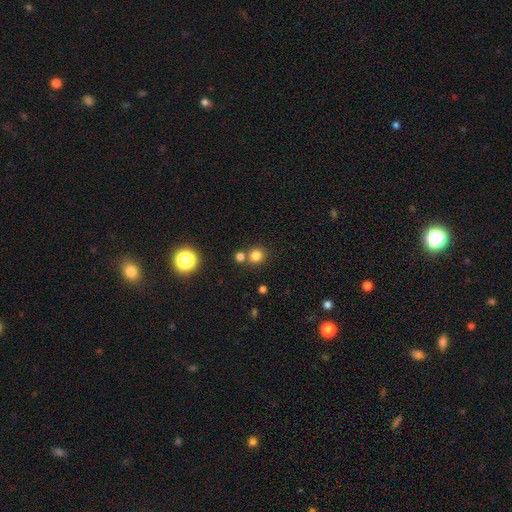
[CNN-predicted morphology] A smooth galaxy with no disk features (79%) that is round (88%).

Vote fractions:
- Smooth or featured? smooth: 79% / star or artifact: 15% / featured or disk: 6%
- How rounded? round: 88% / in between: 11% / cigar-shaped: 1%
- Merging? none: 70% / merger: 20% / minor disturbance: 7% / major disturbance: 3%